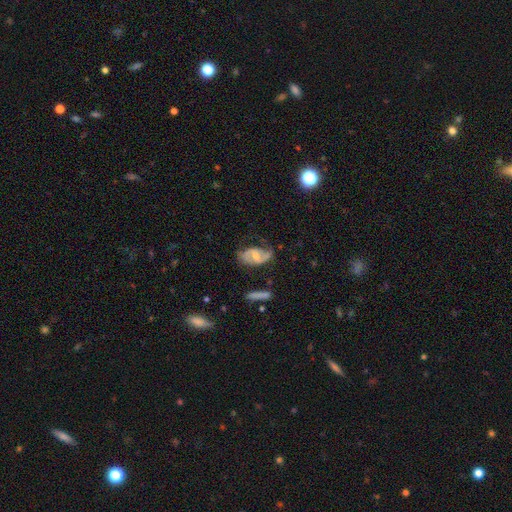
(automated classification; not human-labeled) This appears to be a featured or disk galaxy (73%) with no bar (54%), 2 (70%) medium (42%) spiral arms (83%) and a moderate central bulge (54%). Merging: none (55%).